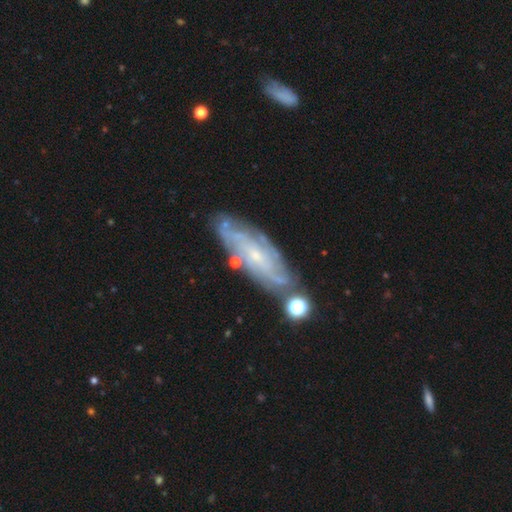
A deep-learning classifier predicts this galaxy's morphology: Smooth or featured?
  - featured or disk: 79% *
  - smooth: 15%
  - star or artifact: 7%
Edge-on disk?
  - no: 83% *
  - yes: 17%
Bar?
  - no: 69% *
  - weak: 25%
  - strong: 6%
Spiral arms?
  - yes: 90% *
  - no: 10%
Spiral winding?
  - tight: 60% *
  - medium: 30%
  - loose: 9%
Spiral arm count?
  - can't tell: 53% *
  - 2: 14%
  - 3: 11%
  - 4: 11%
  - more than 4: 6%
  - 1: 4%
Bulge size?
  - small: 78% *
  - moderate: 15%
  - none: 5%
  - large: 1%
  - dominant: 1%
Merging?
  - none: 73% *
  - minor disturbance: 17%
  - merger: 5%
  - major disturbance: 5%